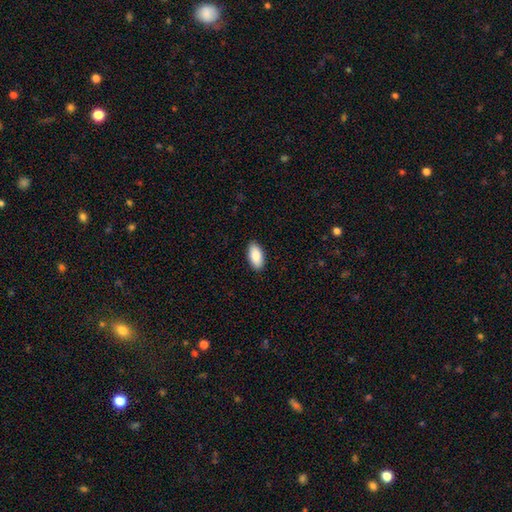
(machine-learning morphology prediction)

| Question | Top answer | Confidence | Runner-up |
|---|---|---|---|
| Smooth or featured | smooth | 88% | featured or disk (6%) |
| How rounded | in between | 93% | cigar-shaped (4%) |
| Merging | none | 90% | minor disturbance (8%) |